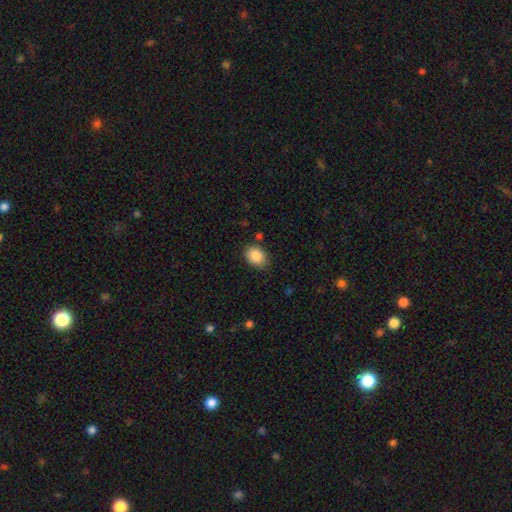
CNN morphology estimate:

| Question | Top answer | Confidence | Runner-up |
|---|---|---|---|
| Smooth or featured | smooth | 88% | star or artifact (8%) |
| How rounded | in between | 71% | round (28%) |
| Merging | none | 79% | minor disturbance (16%) |